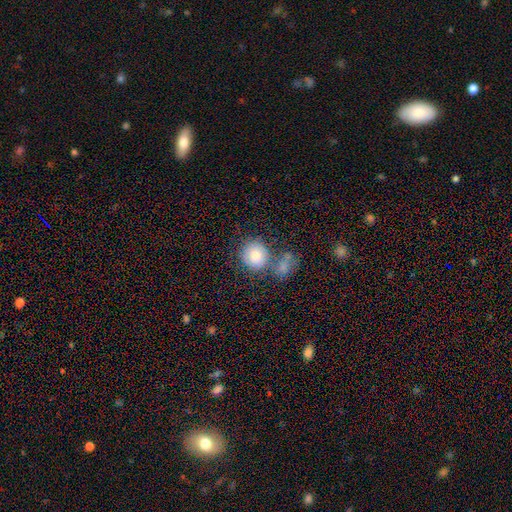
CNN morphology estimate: Smooth or featured?
  - smooth: 80% *
  - featured or disk: 11%
  - star or artifact: 9%
How rounded?
  - round: 85% *
  - in between: 14%
  - cigar-shaped: 1%
Merging?
  - none: 57% *
  - merger: 23%
  - minor disturbance: 14%
  - major disturbance: 6%